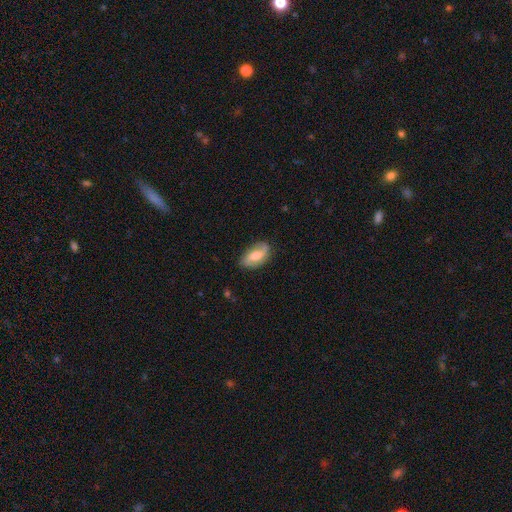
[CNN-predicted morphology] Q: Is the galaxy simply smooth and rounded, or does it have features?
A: featured or disk — 51%.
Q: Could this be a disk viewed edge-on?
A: no — 94%.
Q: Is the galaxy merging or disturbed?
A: none — 75%.